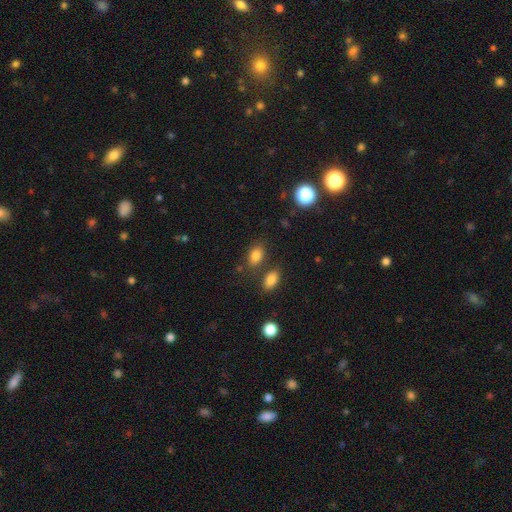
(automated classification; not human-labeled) Smooth or featured? smooth (83%)
How rounded? in between (85%)
Merging? none (72%)